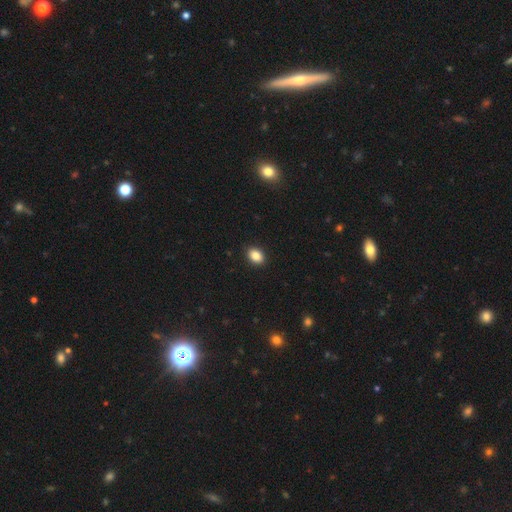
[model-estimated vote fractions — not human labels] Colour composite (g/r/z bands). It shows a smooth galaxy with no disk features (86%) that is in between round and cigar-shaped (72%). Merging: none (91%).